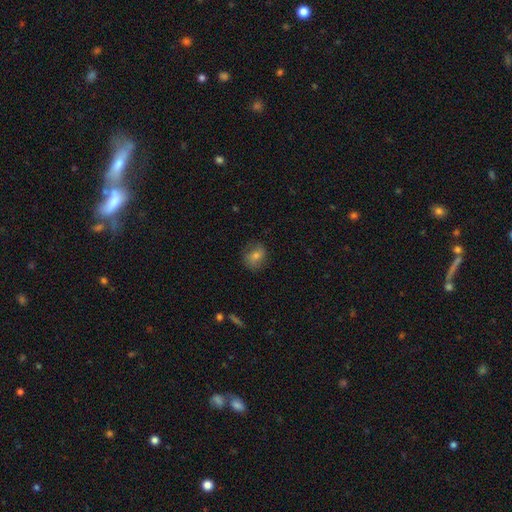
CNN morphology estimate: Smooth or featured? Predicted: smooth (p=0.61). How rounded? Predicted: round (p=0.53). Merging? Predicted: none (p=0.77).